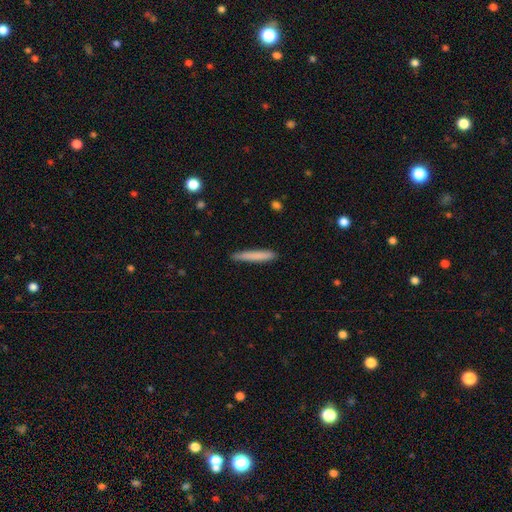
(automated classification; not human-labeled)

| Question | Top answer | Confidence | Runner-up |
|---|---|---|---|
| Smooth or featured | smooth | 79% | featured or disk (15%) |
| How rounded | cigar-shaped | 95% | in between (4%) |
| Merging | none | 87% | minor disturbance (10%) |